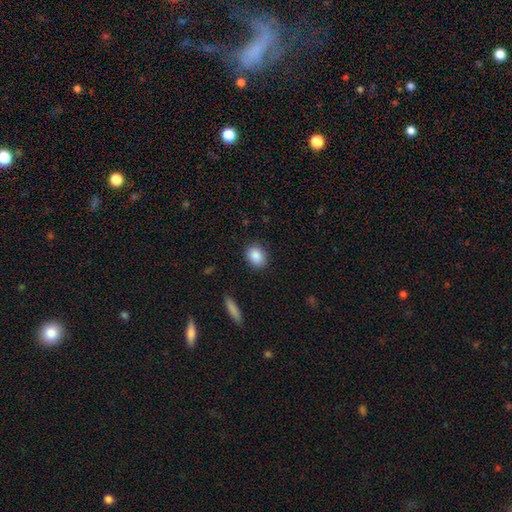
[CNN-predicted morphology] Q: Smooth or featured?
A: smooth (88%); runner-up: star or artifact (8%)
Q: How rounded?
A: in between (53%); runner-up: round (46%)
Q: Merging?
A: none (85%); runner-up: minor disturbance (11%)